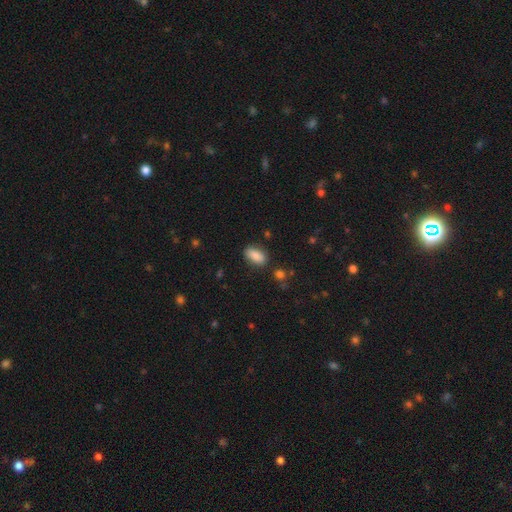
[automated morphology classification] Q: Smooth or featured?
A: smooth (84%); runner-up: featured or disk (8%)
Q: How rounded?
A: in between (89%); runner-up: cigar-shaped (6%)
Q: Merging?
A: none (82%); runner-up: minor disturbance (12%)